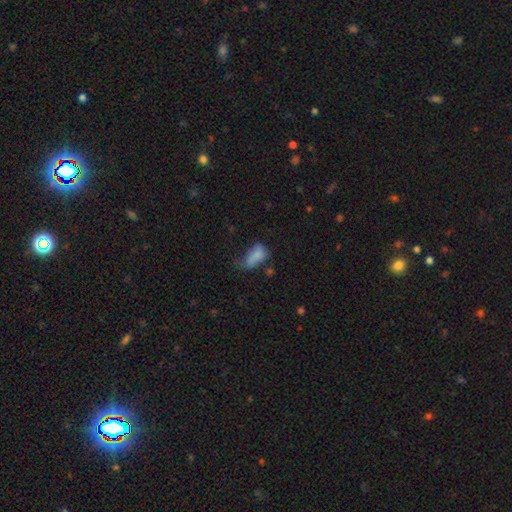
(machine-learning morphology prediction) This appears to be a smooth galaxy with no disk features (75%) that is in between round and cigar-shaped (89%). Merging: minor disturbance (32%).